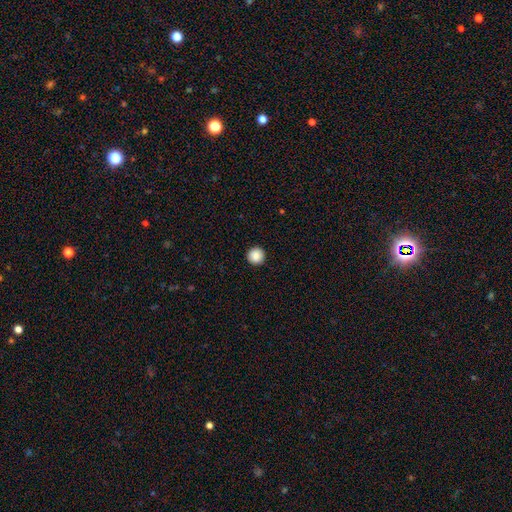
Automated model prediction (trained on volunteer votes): smooth-or-featured: smooth: 88% | star or artifact: 9% | featured or disk: 3%
  how-rounded: round: 96% | in between: 3% | cigar-shaped: 1%
  merging: none: 93% | minor disturbance: 4% | major disturbance: 2% | merger: 1%